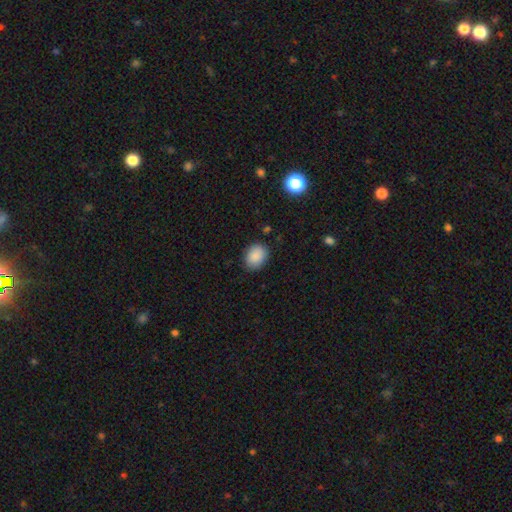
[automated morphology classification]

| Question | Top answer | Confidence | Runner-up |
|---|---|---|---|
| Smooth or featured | smooth | 88% | star or artifact (8%) |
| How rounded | in between | 55% | round (44%) |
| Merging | none | 84% | minor disturbance (12%) |